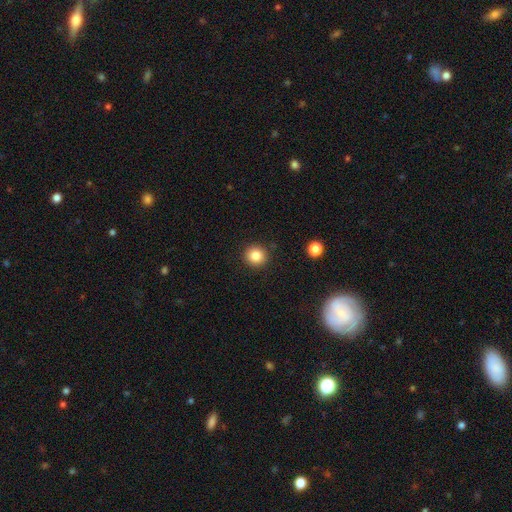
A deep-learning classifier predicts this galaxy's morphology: Smooth or featured? Predicted: smooth (p=0.84). How rounded? Predicted: round (p=0.93). Merging? Predicted: none (p=0.91).